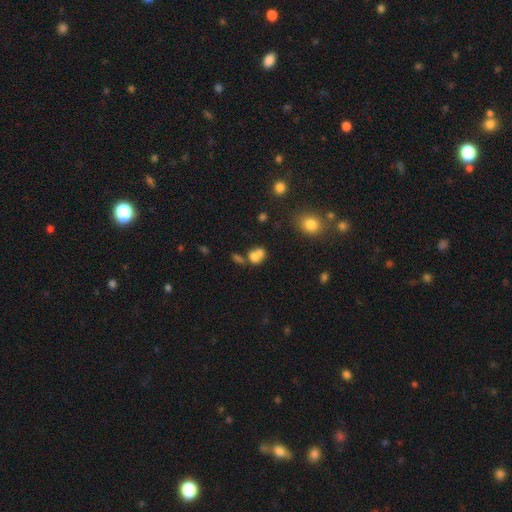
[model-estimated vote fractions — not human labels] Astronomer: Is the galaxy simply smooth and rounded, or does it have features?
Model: smooth — 70%.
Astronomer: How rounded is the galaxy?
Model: in between — 50% (runner-up: round, 48%).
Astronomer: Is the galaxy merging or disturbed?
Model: merger — 60%.